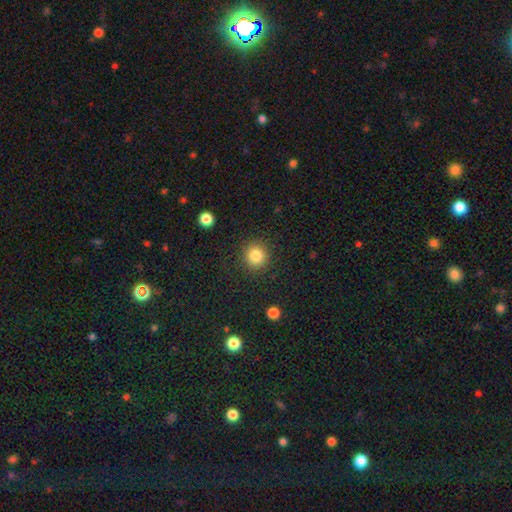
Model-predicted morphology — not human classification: Q: Smooth or featured?
A: smooth (84%); runner-up: star or artifact (11%)
Q: How rounded?
A: round (91%); runner-up: in between (8%)
Q: Merging?
A: none (89%); runner-up: minor disturbance (7%)